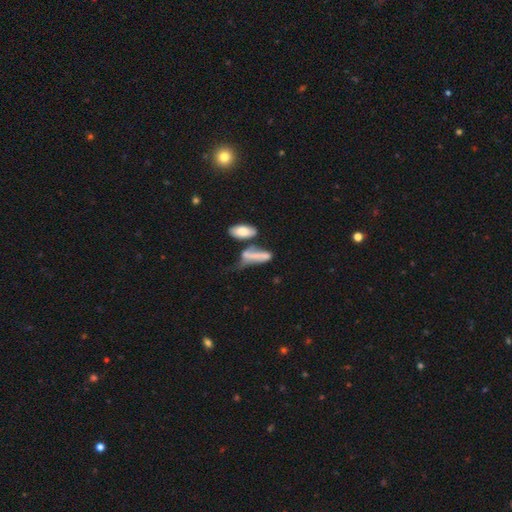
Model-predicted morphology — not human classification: smooth_or_featured: smooth (p=0.62) [alt: featured or disk p=0.28]
how_rounded: in between (p=0.57) [alt: cigar-shaped p=0.39]
merging: merger (p=0.39) [alt: major disturbance p=0.22]